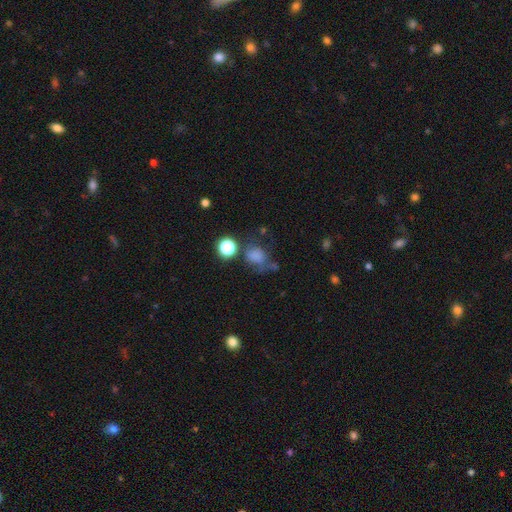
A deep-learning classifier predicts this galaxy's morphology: smooth 73%, star or artifact 17%, featured or disk 10%. Down the decision tree: how rounded — round (58%); merging — none (47%).